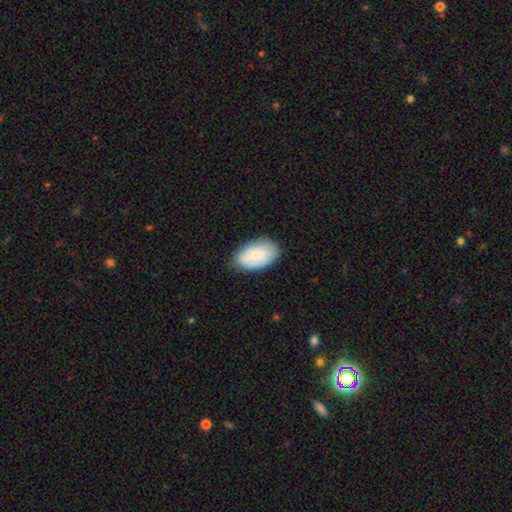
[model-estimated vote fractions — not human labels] The model was most divided on "smooth or featured": smooth: 74%, featured or disk: 19%, star or artifact: 6%. More confident: how rounded — in between (94%); merging — none (82%).